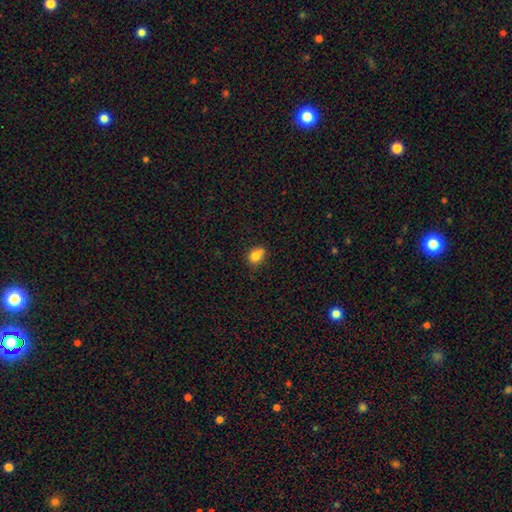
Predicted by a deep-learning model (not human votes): Smooth or featured: smooth — 81% (star or artifact — 11%)
How rounded: in between — 49% (tied with round — 49%)
Merging: none — 53% (minor disturbance — 28%)